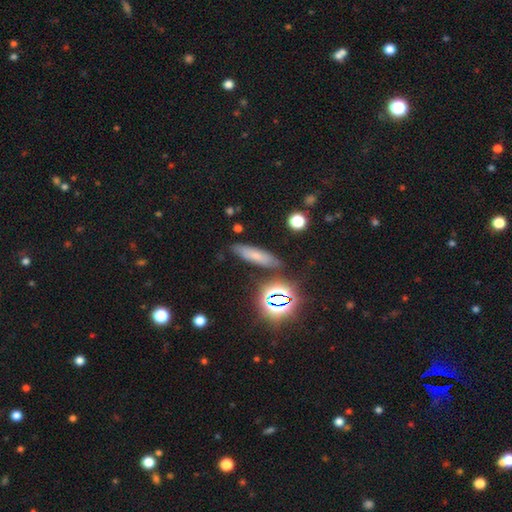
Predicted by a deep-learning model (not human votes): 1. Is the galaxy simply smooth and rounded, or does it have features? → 63% smooth, 20% star or artifact, 17% featured or disk.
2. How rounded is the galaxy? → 64% cigar-shaped, 29% in between, 7% round.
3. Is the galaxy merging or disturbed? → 82% none, 11% minor disturbance, 4% merger, 3% major disturbance.